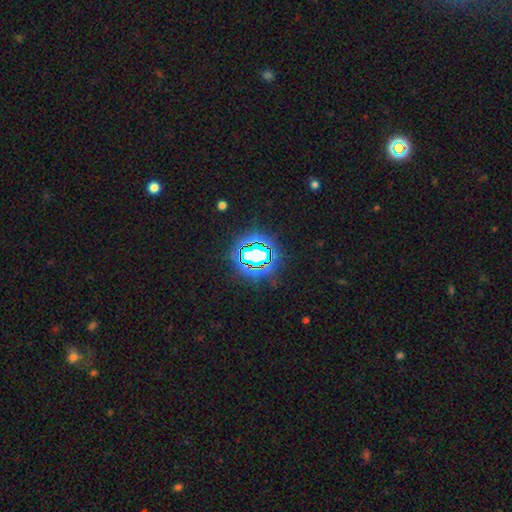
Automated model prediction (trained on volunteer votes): smooth_or_featured: star or artifact (p=0.72) [alt: smooth p=0.17]